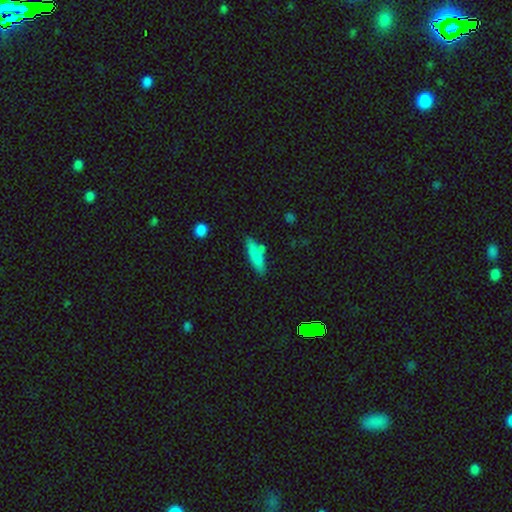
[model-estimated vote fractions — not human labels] Smooth or featured? Predicted: smooth (p=0.80). How rounded? Predicted: cigar-shaped (p=0.69). Merging? Predicted: none (p=0.70).